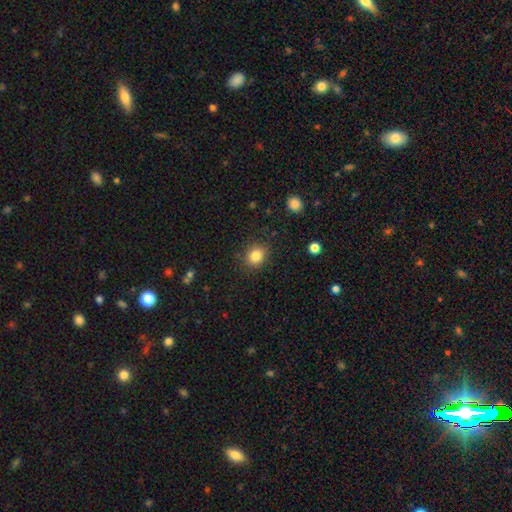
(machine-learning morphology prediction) smooth-or-featured: smooth: 84% | star or artifact: 10% | featured or disk: 5%
  how-rounded: round: 65% | in between: 34% | cigar-shaped: 1%
  merging: none: 86% | minor disturbance: 9% | major disturbance: 3% | merger: 1%